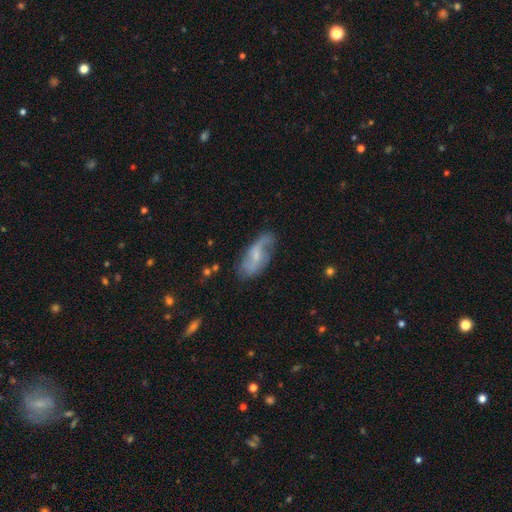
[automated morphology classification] The model was most divided on "bar": no: 45%, weak: 44%, strong: 11%. More confident: edge-on disk — no (91%); spiral arms — yes (83%); smooth or featured — featured or disk (61%); merging — none (58%); bulge size — small (55%).